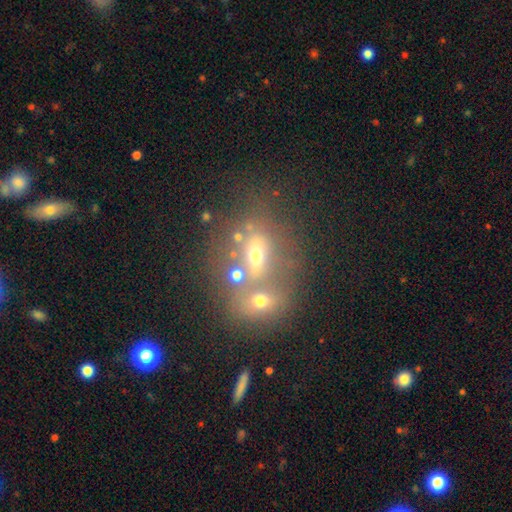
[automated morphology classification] type=smooth (41%); merging=merger (57%).